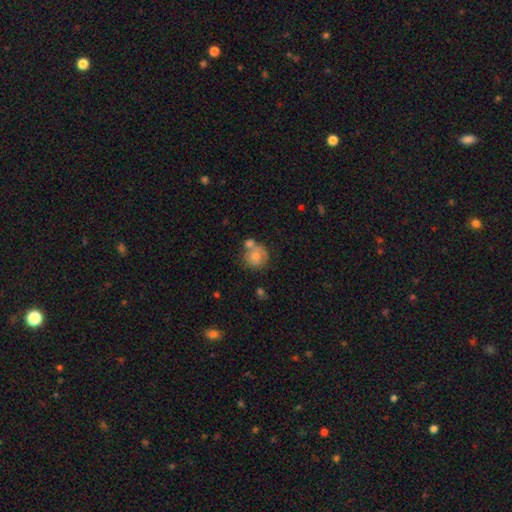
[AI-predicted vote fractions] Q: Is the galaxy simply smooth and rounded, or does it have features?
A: smooth — 61%.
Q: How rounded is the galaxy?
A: round — 84%.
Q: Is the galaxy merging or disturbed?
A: none — 44%.